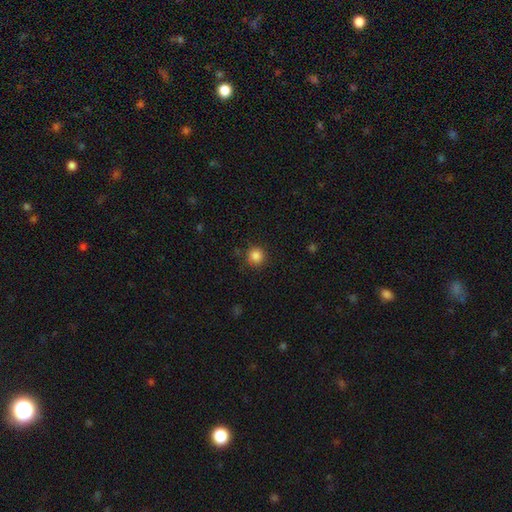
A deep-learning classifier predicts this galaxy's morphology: type=smooth (85%); roundness=round (94%); merging=none (88%).